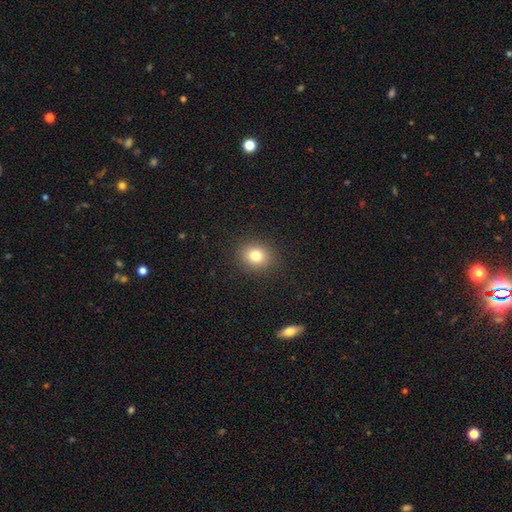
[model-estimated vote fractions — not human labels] Smooth or featured? smooth (80%)
How rounded? round (69%)
Merging? none (89%)